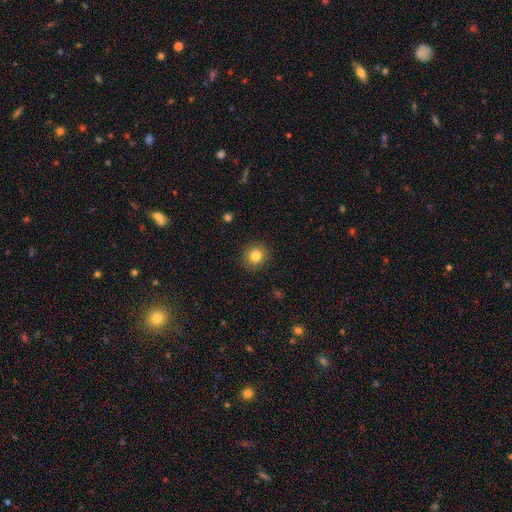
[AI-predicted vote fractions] Smooth or featured? Predicted: smooth (p=0.82). How rounded? Predicted: round (p=0.85). Merging? Predicted: none (p=0.90).